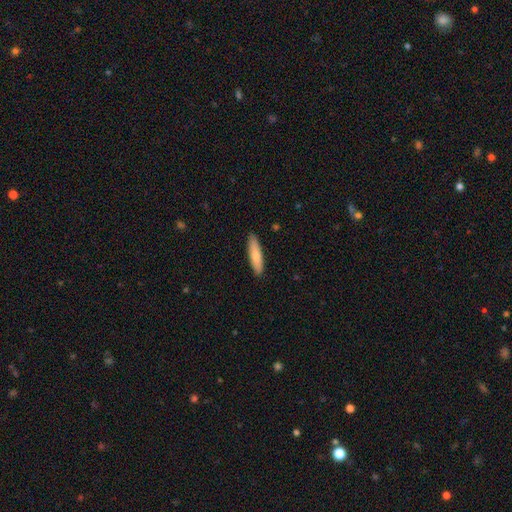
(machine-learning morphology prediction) type=smooth (77%); roundness=cigar-shaped (74%); merging=none (90%).